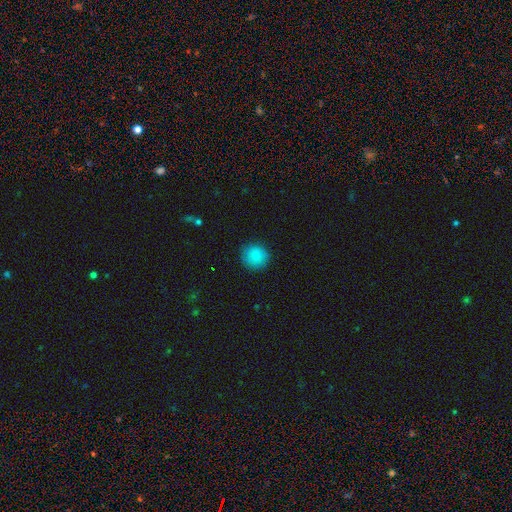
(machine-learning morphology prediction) This is clearly a smooth galaxy (86%). How rounded: clearly round (91%). Merging: clearly none (90%).